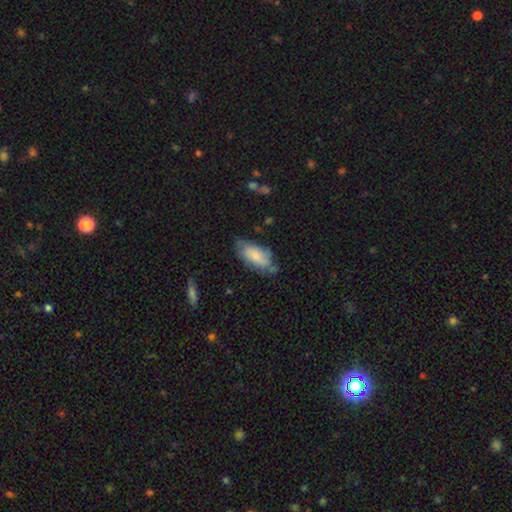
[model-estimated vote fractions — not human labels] smooth 72%, featured or disk 22%, star or artifact 6%. Down the decision tree: how rounded — in between (89%); merging — none (53%).